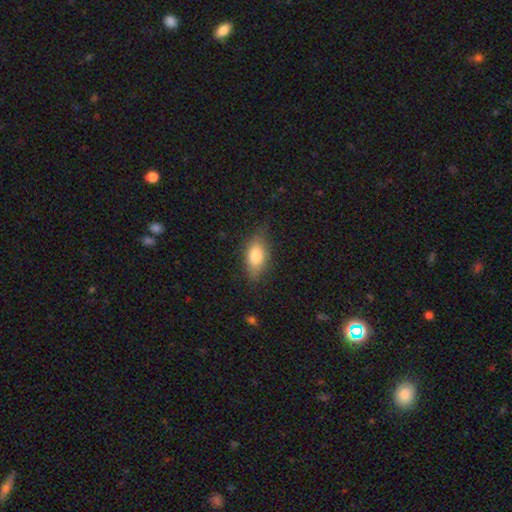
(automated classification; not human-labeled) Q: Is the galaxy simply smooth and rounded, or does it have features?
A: smooth — 77%.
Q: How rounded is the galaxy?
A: in between — 87%.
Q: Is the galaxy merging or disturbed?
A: none — 72%.